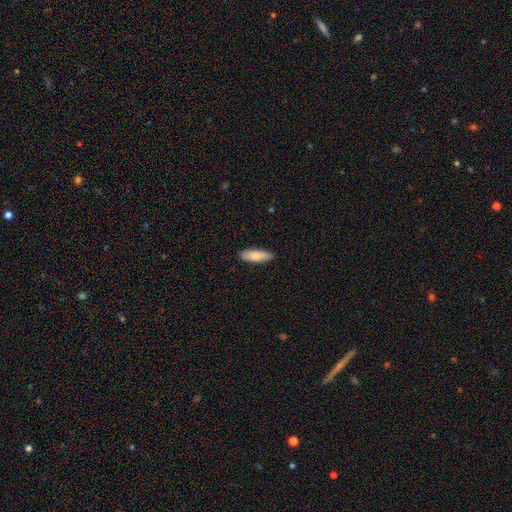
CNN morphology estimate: This is clearly a smooth galaxy (83%). How rounded: possibly in between (51%). Merging: clearly none (89%).